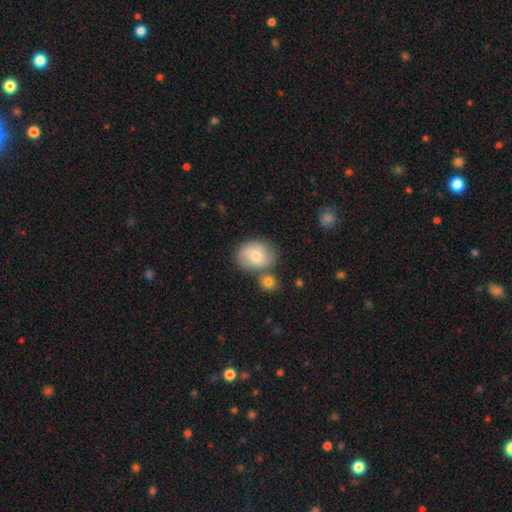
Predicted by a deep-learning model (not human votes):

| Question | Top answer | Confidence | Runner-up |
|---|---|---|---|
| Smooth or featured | smooth | 67% | featured or disk (26%) |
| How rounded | round | 54% | in between (45%) |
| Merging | none | 56% | merger (22%) |